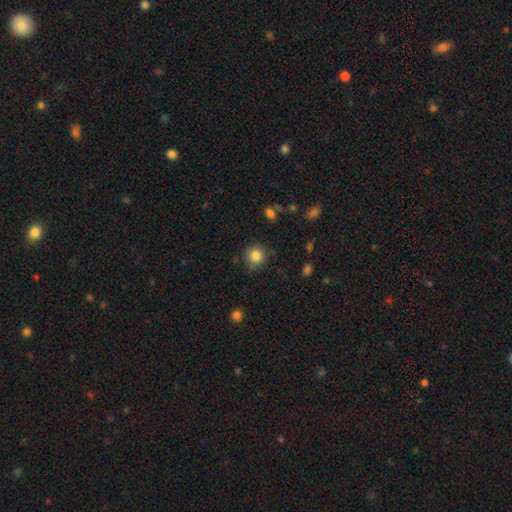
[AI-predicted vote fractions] A smooth galaxy with no disk features (84%) that is round (91%). Merging: none (80%).